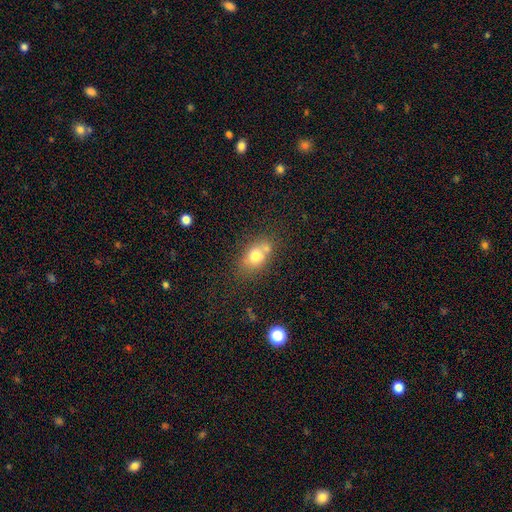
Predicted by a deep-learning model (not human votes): smooth-or-featured: smooth: 71% | featured or disk: 18% | star or artifact: 11%
  how-rounded: in between: 64% | round: 34% | cigar-shaped: 2%
  merging: none: 49% | merger: 30% | minor disturbance: 16% | major disturbance: 5%